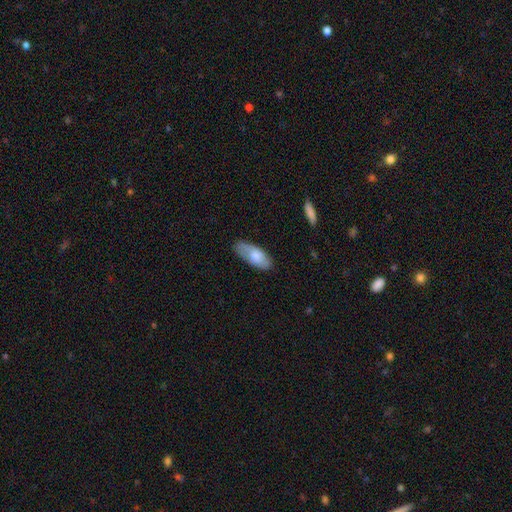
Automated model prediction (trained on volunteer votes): smooth_or_featured: smooth (p=0.75) [alt: featured or disk p=0.20]
how_rounded: in between (p=0.84) [alt: cigar-shaped p=0.14]
merging: none (p=0.73) [alt: minor disturbance p=0.21]